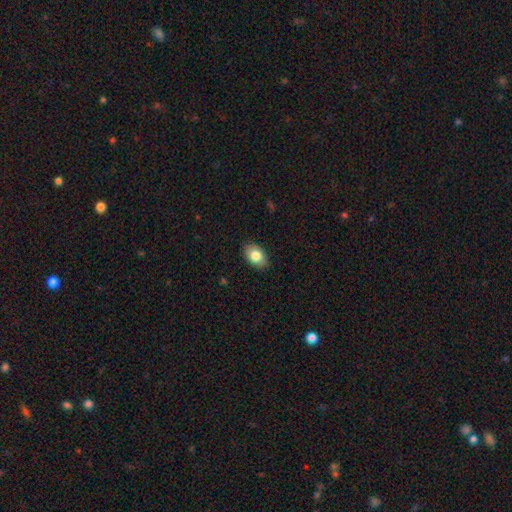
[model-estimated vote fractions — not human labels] smooth_or_featured: smooth (p=0.81) [alt: featured or disk p=0.11]
how_rounded: in between (p=0.87) [alt: round p=0.11]
merging: none (p=0.86) [alt: minor disturbance p=0.10]